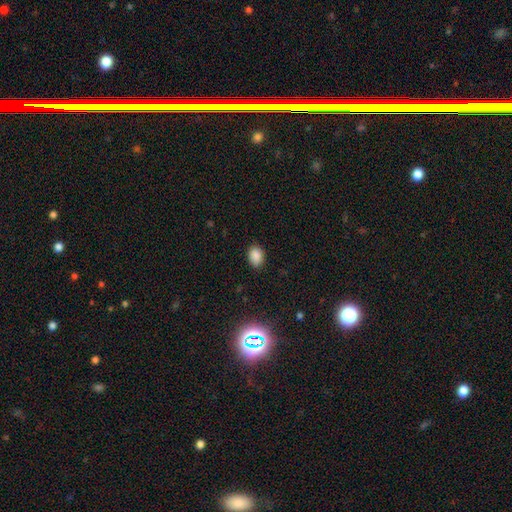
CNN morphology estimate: This is clearly a smooth galaxy (85%). How rounded: likely in between (74%). Merging: clearly none (84%).